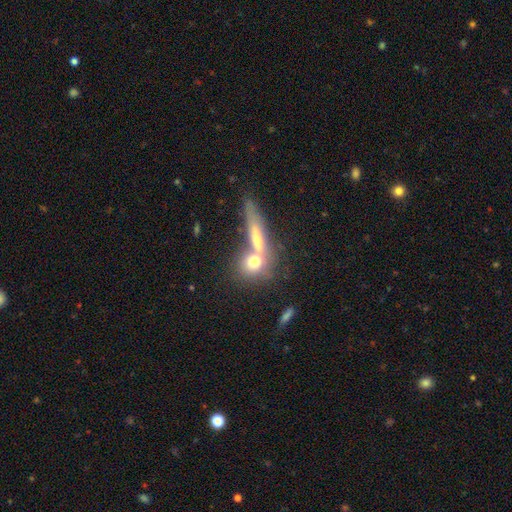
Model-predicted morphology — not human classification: smooth-or-featured: smooth: 56% | featured or disk: 31% | star or artifact: 13%
  how-rounded: round: 43% | cigar-shaped: 34% | in between: 23%
  merging: none: 43% | merger: 39% | minor disturbance: 11% | major disturbance: 7%